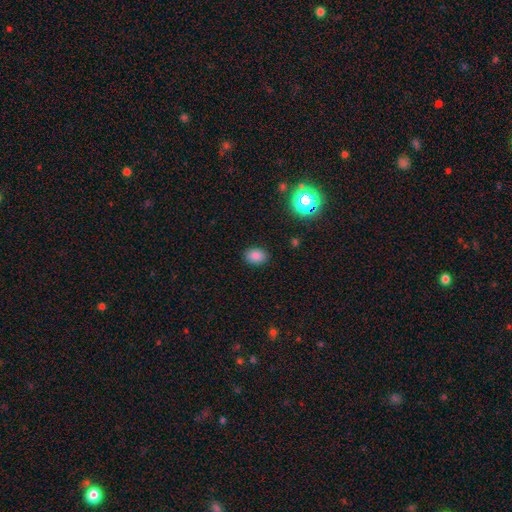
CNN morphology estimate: Q: Smooth or featured?
A: smooth (84%); runner-up: star or artifact (12%)
Q: How rounded?
A: in between (72%); runner-up: round (27%)
Q: Merging?
A: none (87%); runner-up: minor disturbance (10%)